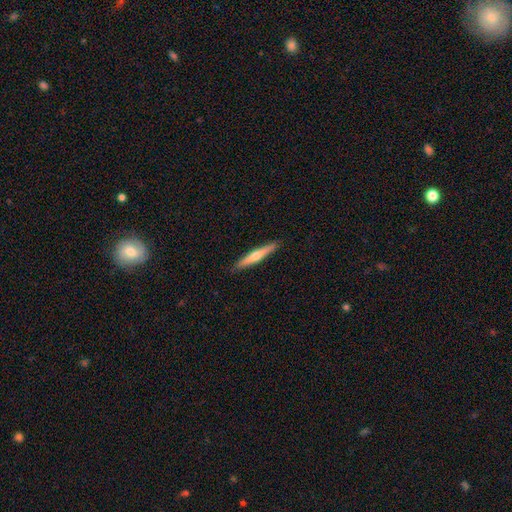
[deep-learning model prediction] smooth_or_featured: featured or disk (p=0.51) [alt: smooth p=0.44]
disk_edge_on: yes (p=0.96) [alt: no p=0.04]
merging: none (p=0.91) [alt: minor disturbance p=0.07]